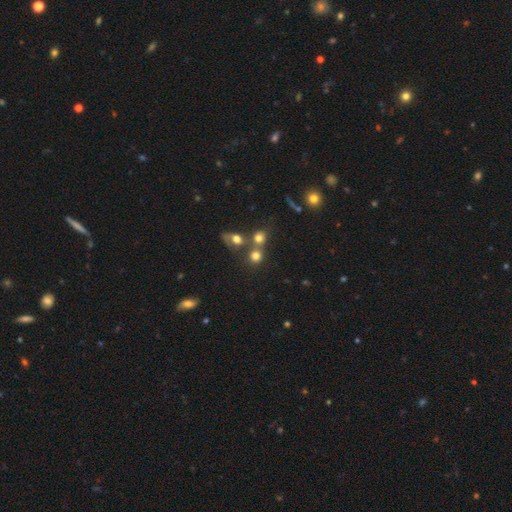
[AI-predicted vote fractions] This appears to be a smooth galaxy with no disk features (73%) that is round (82%). Merging: none (49%).